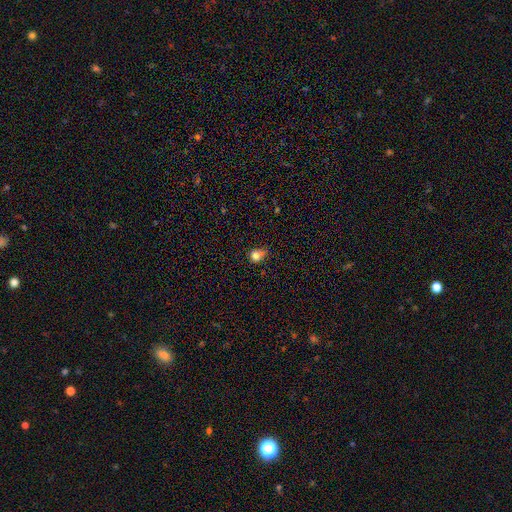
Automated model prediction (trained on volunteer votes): Smooth or featured?
  - smooth: 79% *
  - star or artifact: 12%
  - featured or disk: 9%
How rounded?
  - round: 78% *
  - in between: 21%
  - cigar-shaped: 1%
Merging?
  - none: 46% *
  - minor disturbance: 34%
  - major disturbance: 11%
  - merger: 8%